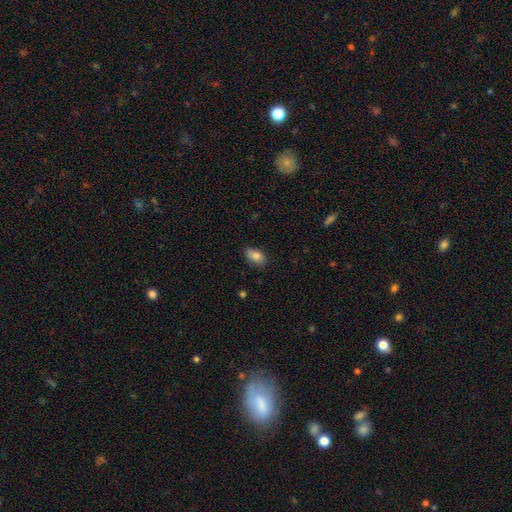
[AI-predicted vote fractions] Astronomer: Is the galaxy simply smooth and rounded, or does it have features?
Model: smooth — 83%.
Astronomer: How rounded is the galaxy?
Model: in between — 87%.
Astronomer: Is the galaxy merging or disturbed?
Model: none — 71%.